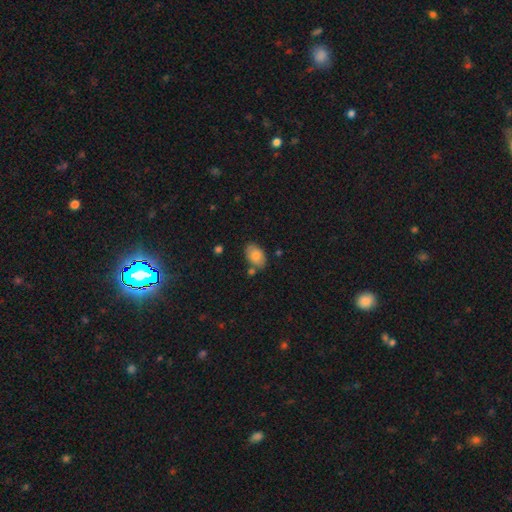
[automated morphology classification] Smooth or featured: smooth — 81% (featured or disk — 11%)
How rounded: in between — 90% (round — 9%)
Merging: none — 71% (minor disturbance — 16%)